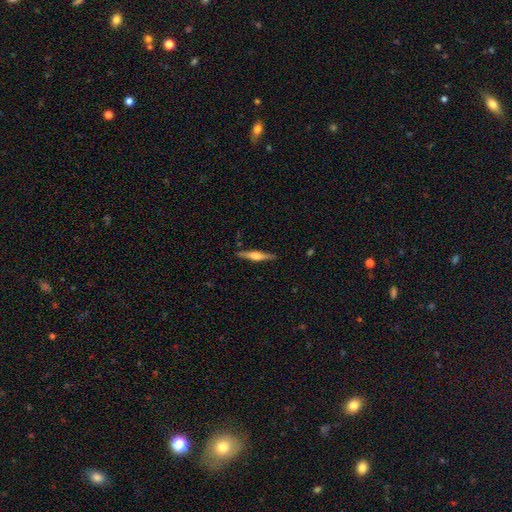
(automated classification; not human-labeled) Q: Smooth or featured?
A: featured or disk (63%); runner-up: smooth (31%)
Q: Edge-on disk?
A: yes (97%); runner-up: no (3%)
Q: Edge-on bulge?
A: rounded (84%); runner-up: boxy (11%)
Q: Merging?
A: none (88%); runner-up: minor disturbance (9%)